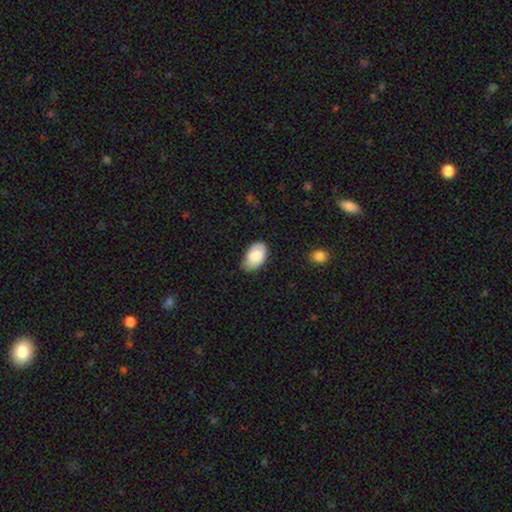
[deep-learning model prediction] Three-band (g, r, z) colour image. It shows a smooth galaxy with no disk features (83%) that is in between round and cigar-shaped (93%). Merging: none (69%).